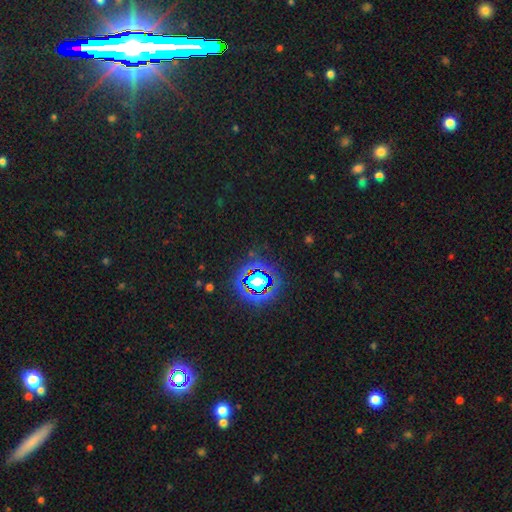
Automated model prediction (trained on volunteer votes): Smooth or featured?
  - star or artifact: 80% *
  - smooth: 12%
  - featured or disk: 7%